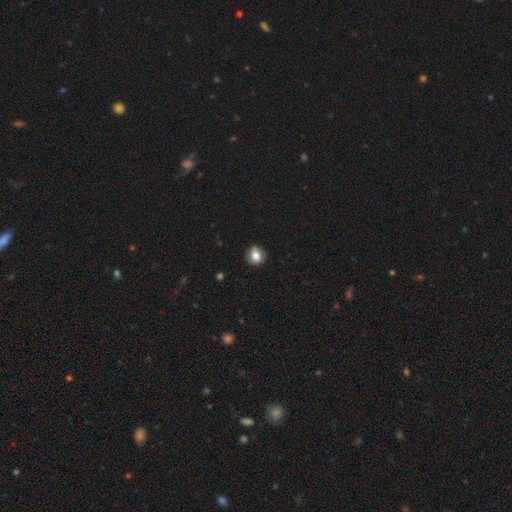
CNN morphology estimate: A smooth galaxy with no disk features (75%) that is round (79%). Merging: none (85%).